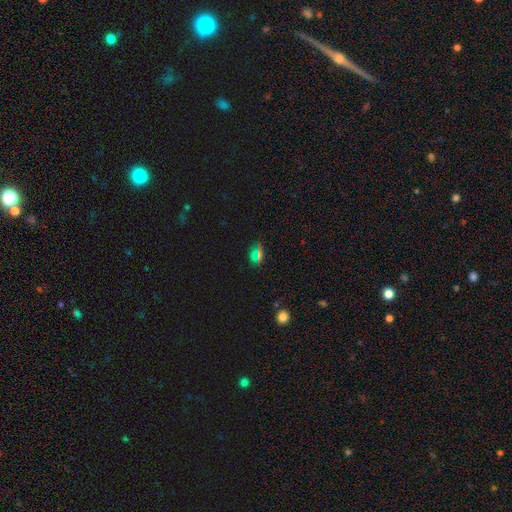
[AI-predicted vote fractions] This appears to be a smooth galaxy with no disk features (50%) that is in between round and cigar-shaped (66%). Merging: none (76%).